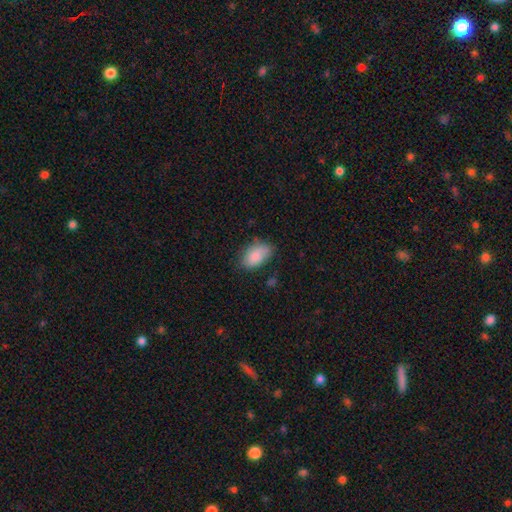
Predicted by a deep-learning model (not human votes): This is clearly a smooth galaxy (85%). How rounded: clearly in between (92%). Merging: likely none (67%).